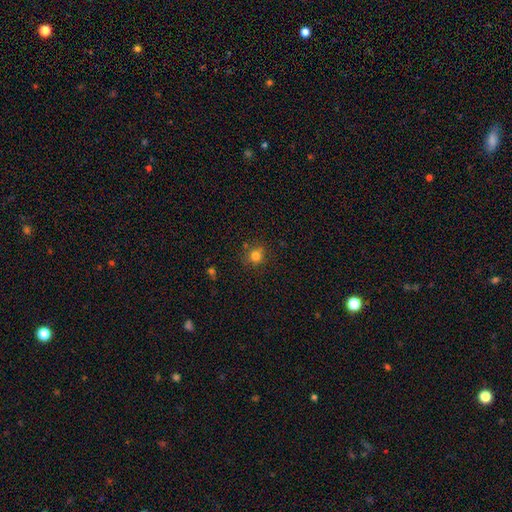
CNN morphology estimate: Q: Smooth or featured?
A: smooth (79%); runner-up: star or artifact (15%)
Q: How rounded?
A: round (89%); runner-up: in between (10%)
Q: Merging?
A: none (80%); runner-up: minor disturbance (12%)